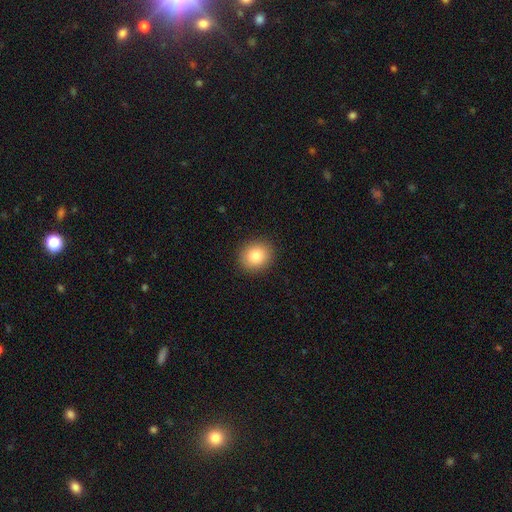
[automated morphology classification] type=smooth (83%); roundness=round (77%); merging=none (91%).